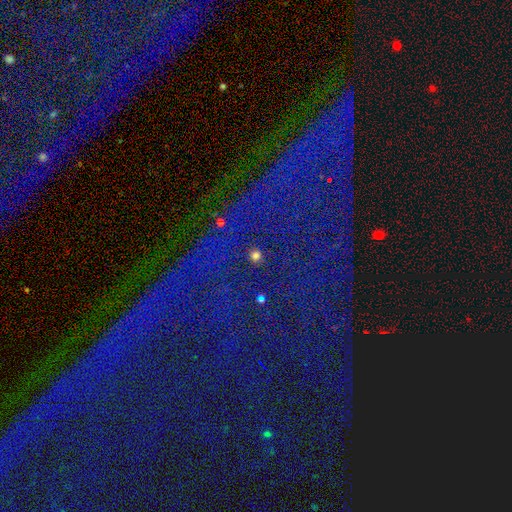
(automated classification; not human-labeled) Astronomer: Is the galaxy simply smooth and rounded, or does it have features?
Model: smooth — 72%.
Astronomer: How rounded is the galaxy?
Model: round — 89%.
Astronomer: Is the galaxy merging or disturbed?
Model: none — 87%.